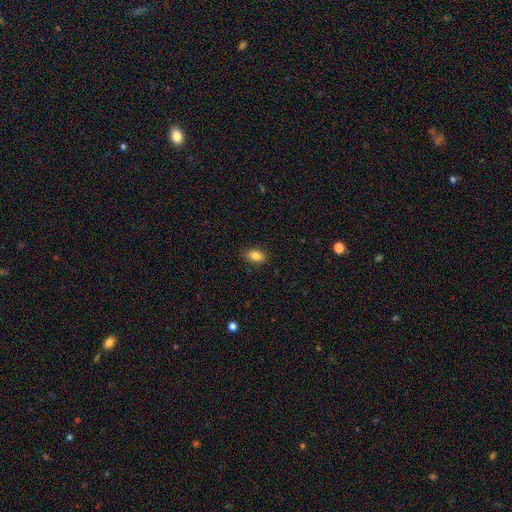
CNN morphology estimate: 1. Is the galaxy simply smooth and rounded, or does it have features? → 84% smooth, 9% star or artifact, 7% featured or disk.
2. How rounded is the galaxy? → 86% in between, 11% round, 2% cigar-shaped.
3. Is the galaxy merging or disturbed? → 87% none, 10% minor disturbance, 2% major disturbance, 1% merger.